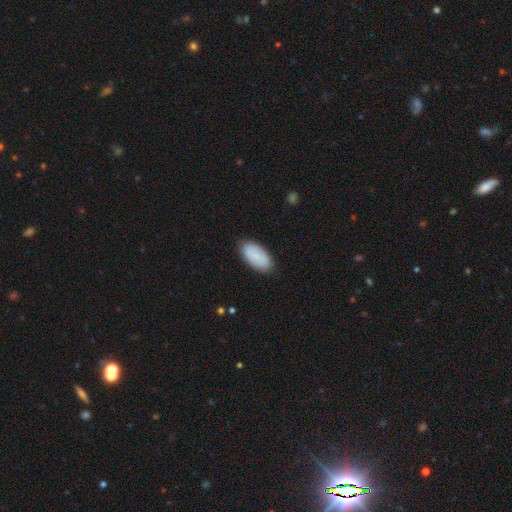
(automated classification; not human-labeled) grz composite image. It shows a smooth galaxy with no disk features (79%) that is in between round and cigar-shaped (94%). Merging: none (85%).